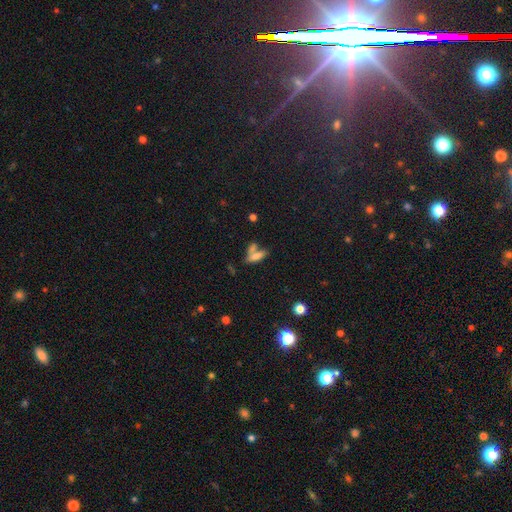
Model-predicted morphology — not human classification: Smooth or featured? Predicted: smooth (p=0.66). How rounded? Predicted: in between (p=0.53). Merging? Predicted: merger (p=0.43).